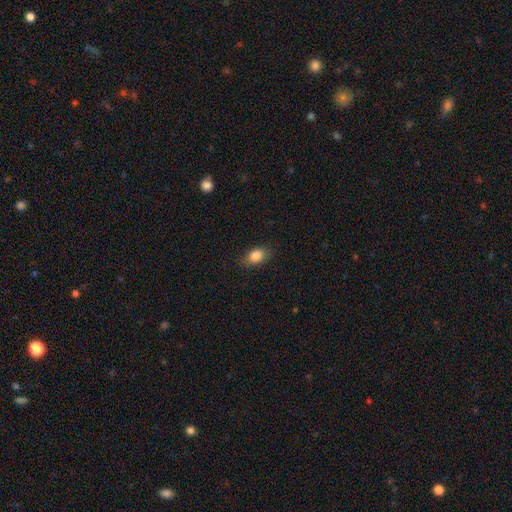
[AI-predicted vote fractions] The model was most divided on "how rounded": in between: 79%, round: 19%, cigar-shaped: 2%. More confident: smooth or featured — smooth (84%); merging — none (83%).